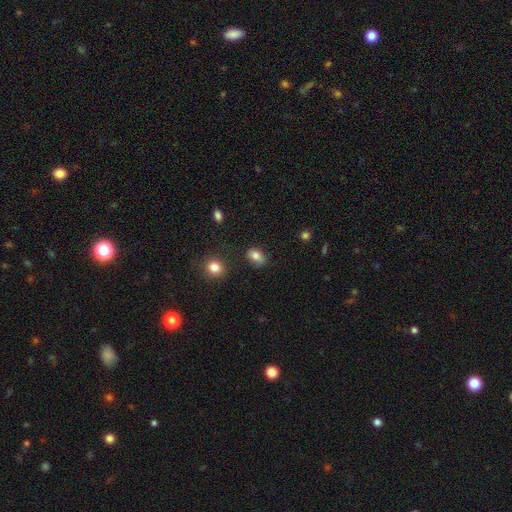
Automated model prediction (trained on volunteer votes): Smooth or featured? Predicted: smooth (p=0.83). How rounded? Predicted: in between (p=0.78). Merging? Predicted: none (p=0.76).